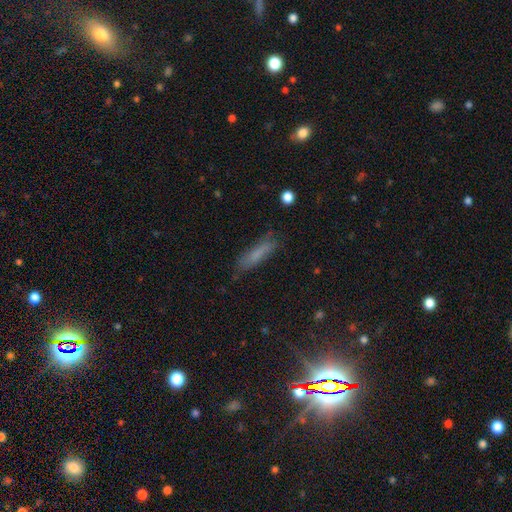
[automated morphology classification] Smooth or featured? smooth (71%)
How rounded? cigar-shaped (74%)
Merging? none (76%)